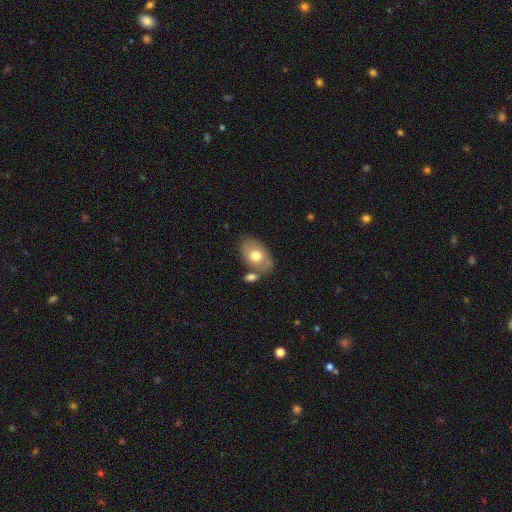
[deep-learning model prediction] This is likely a smooth galaxy (66%). How rounded: clearly in between (84%). Merging: possibly none (57%).